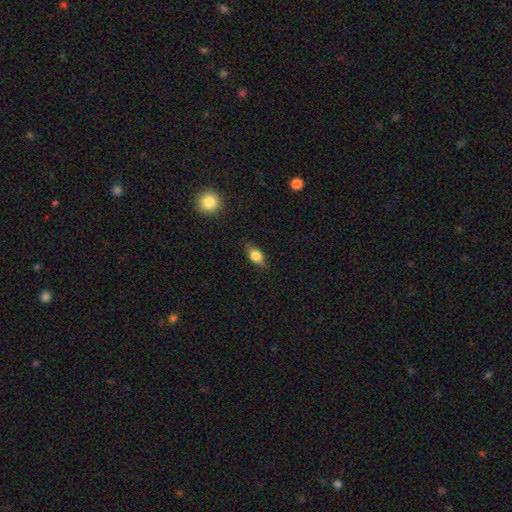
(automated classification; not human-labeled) This appears to be a smooth galaxy with no disk features (75%) that is in between round and cigar-shaped (81%). Merging: none (81%).